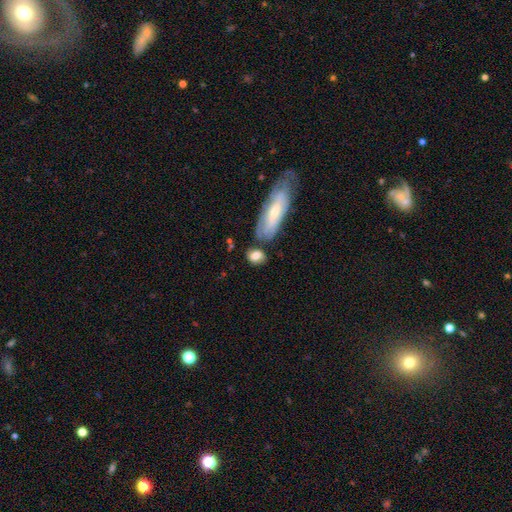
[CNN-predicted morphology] type=smooth (75%); roundness=in between (72%); merging=none (56%).